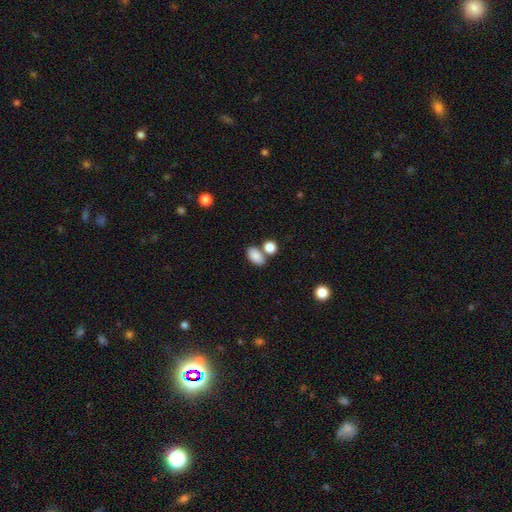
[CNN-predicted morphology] Smooth or featured?
  - smooth: 86% *
  - star or artifact: 9%
  - featured or disk: 6%
How rounded?
  - in between: 89% *
  - round: 9%
  - cigar-shaped: 2%
Merging?
  - none: 57% *
  - merger: 26%
  - minor disturbance: 13%
  - major disturbance: 4%